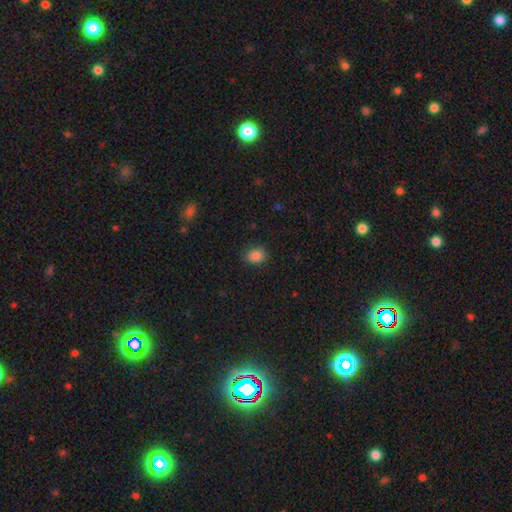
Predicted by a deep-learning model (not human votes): smooth 85%, star or artifact 10%, featured or disk 4%. Down the decision tree: how rounded — in between (59%); merging — none (86%).